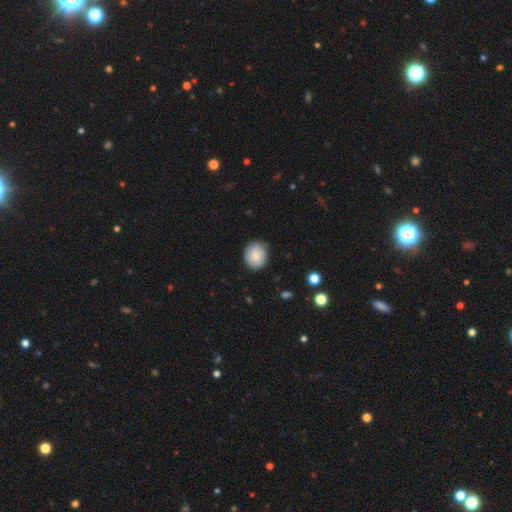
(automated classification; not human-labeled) Q: Smooth or featured?
A: smooth (76%); runner-up: featured or disk (16%)
Q: How rounded?
A: round (79%); runner-up: in between (20%)
Q: Merging?
A: none (74%); runner-up: minor disturbance (22%)